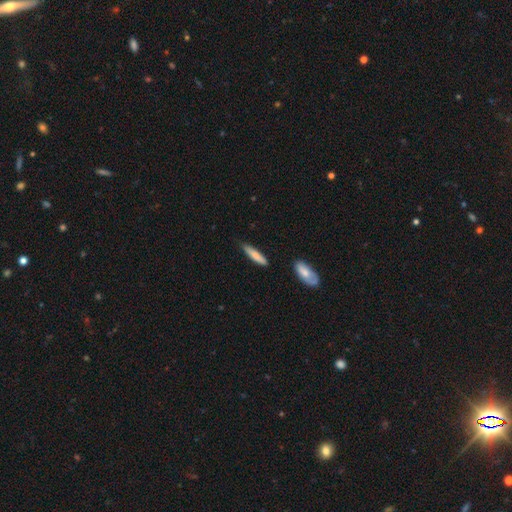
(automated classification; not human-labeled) Morphology: type=smooth (78%); roundness=cigar-shaped (82%); merging=none (78%).